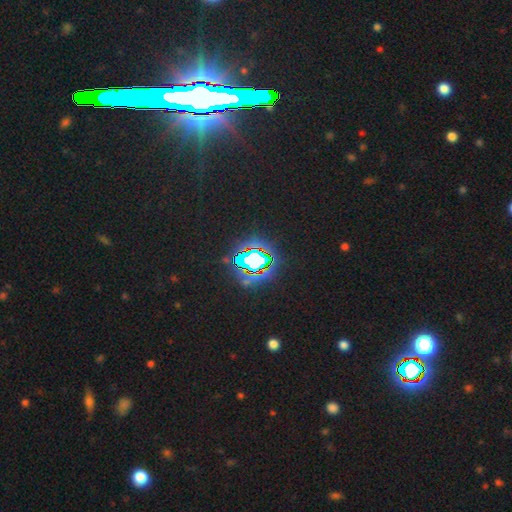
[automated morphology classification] Smooth or featured?
  - star or artifact: 81% *
  - smooth: 10%
  - featured or disk: 9%